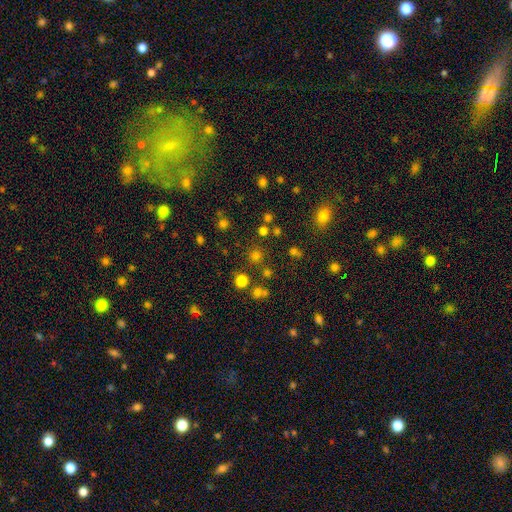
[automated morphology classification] A smooth galaxy with no disk features (73%) that is round (93%). Merging: none (82%).